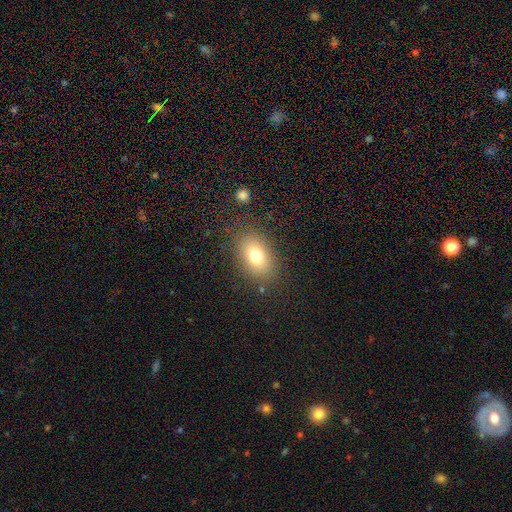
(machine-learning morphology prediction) This is likely a smooth galaxy (76%). How rounded: clearly in between (81%). Merging: clearly none (83%).